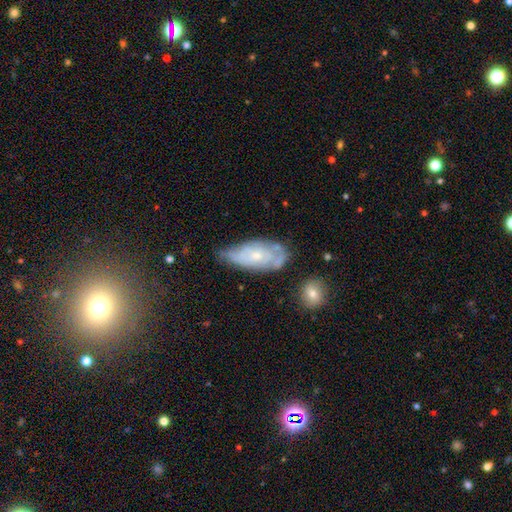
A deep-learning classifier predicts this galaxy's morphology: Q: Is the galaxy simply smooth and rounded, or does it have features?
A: featured or disk — 58%.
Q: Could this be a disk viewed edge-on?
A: no — 89%.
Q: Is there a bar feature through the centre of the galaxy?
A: no — 78%.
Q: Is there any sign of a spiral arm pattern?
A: yes — 66%.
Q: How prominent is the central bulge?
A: small — 63%.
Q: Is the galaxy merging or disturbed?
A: none — 46%.